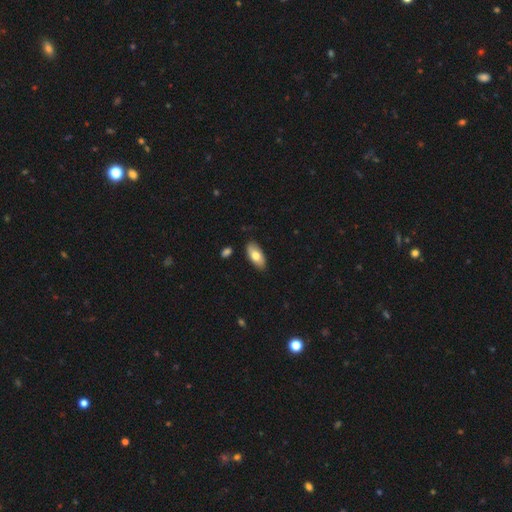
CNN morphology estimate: Smooth or featured?
  - smooth: 74% *
  - featured or disk: 20%
  - star or artifact: 6%
How rounded?
  - in between: 91% *
  - cigar-shaped: 7%
  - round: 3%
Merging?
  - none: 86% *
  - minor disturbance: 11%
  - major disturbance: 2%
  - merger: 2%